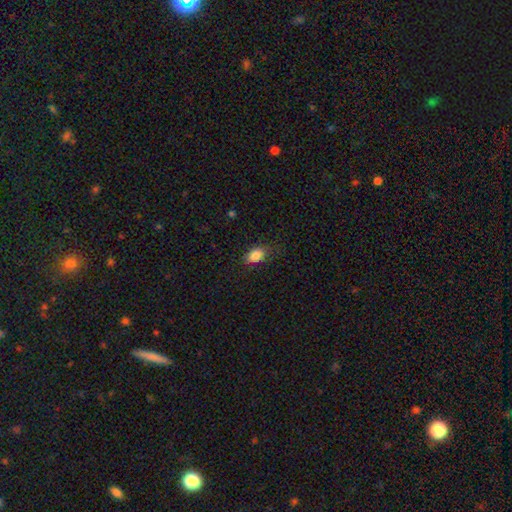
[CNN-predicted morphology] Smooth or featured?
  - smooth: 85% *
  - star or artifact: 9%
  - featured or disk: 6%
How rounded?
  - in between: 84% *
  - round: 14%
  - cigar-shaped: 2%
Merging?
  - none: 72% *
  - minor disturbance: 20%
  - major disturbance: 6%
  - merger: 1%